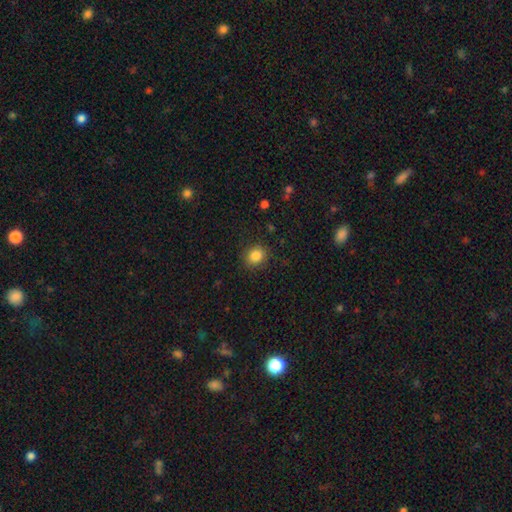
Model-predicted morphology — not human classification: smooth_or_featured: smooth (p=0.85) [alt: star or artifact p=0.10]
how_rounded: round (p=0.65) [alt: in between p=0.34]
merging: none (p=0.86) [alt: minor disturbance p=0.10]